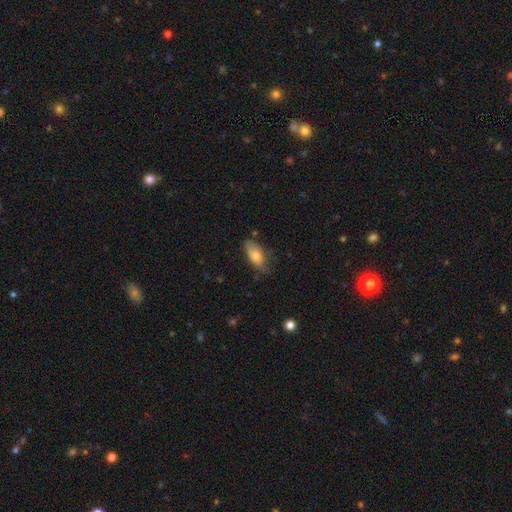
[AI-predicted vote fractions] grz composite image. It shows a smooth galaxy with no disk features (72%) that is in between round and cigar-shaped (86%). Merging: none (63%).